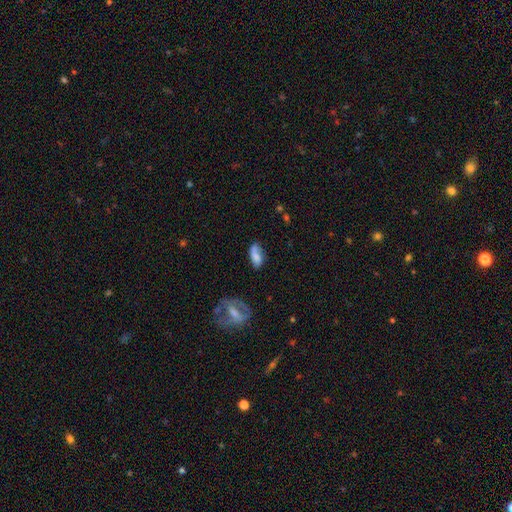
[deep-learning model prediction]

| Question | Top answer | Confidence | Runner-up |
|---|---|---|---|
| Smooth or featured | smooth | 63% | featured or disk (28%) |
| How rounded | in between | 85% | cigar-shaped (11%) |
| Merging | none | 57% | minor disturbance (27%) |